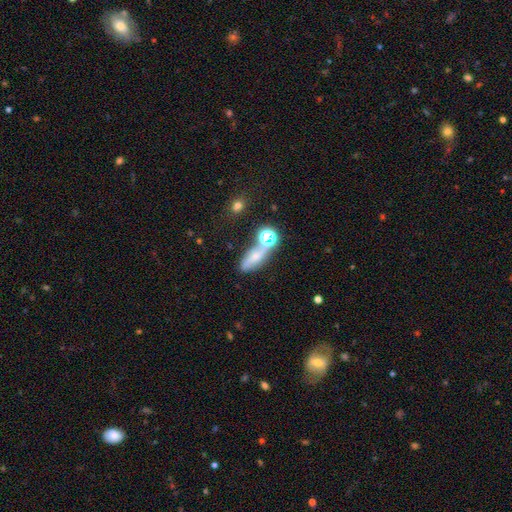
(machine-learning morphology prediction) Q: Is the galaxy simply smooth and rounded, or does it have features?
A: smooth — 50%.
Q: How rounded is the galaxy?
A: in between — 52%.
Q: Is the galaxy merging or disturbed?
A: none — 46%.